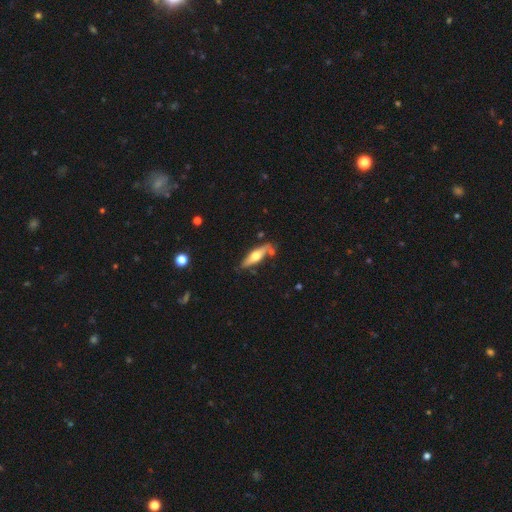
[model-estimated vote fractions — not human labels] A featured or disk galaxy (53%) viewed edge-on (87%).

Vote fractions:
- Smooth or featured? featured or disk: 53% / smooth: 41% / star or artifact: 5%
- Edge-on disk? yes: 87% / no: 13%
- Merging? none: 74% / minor disturbance: 15% / merger: 7% / major disturbance: 3%